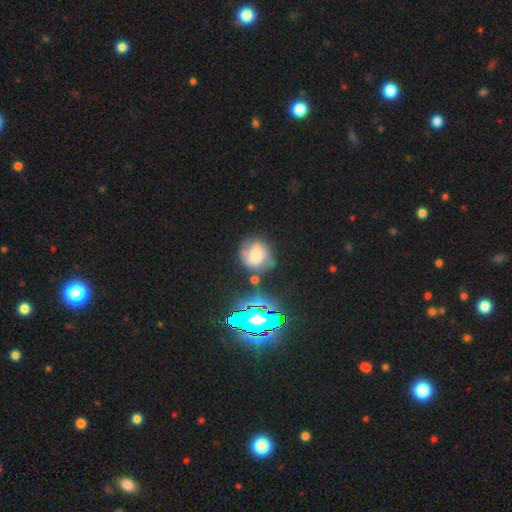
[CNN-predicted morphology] Q: Smooth or featured?
A: smooth (51%); runner-up: featured or disk (31%)
Q: How rounded?
A: round (83%); runner-up: in between (16%)
Q: Merging?
A: none (60%); runner-up: minor disturbance (21%)